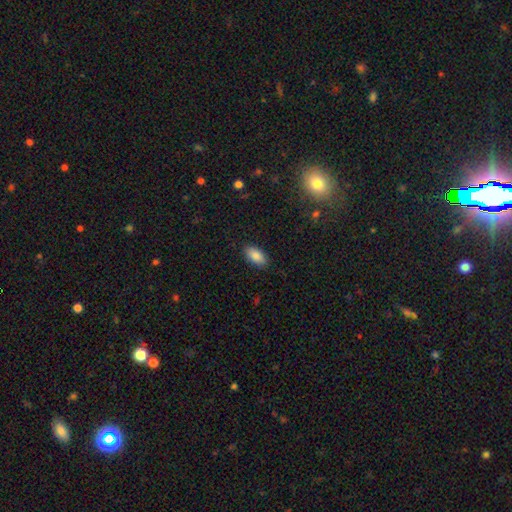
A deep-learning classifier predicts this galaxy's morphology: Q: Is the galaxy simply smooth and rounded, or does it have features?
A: smooth — 87%.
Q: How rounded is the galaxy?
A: in between — 93%.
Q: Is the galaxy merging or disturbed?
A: none — 88%.